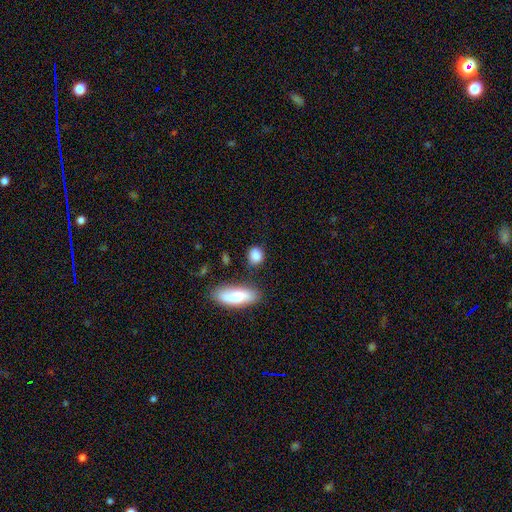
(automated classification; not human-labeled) Morphology: type=smooth (86%); roundness=round (55%); merging=none (73%).